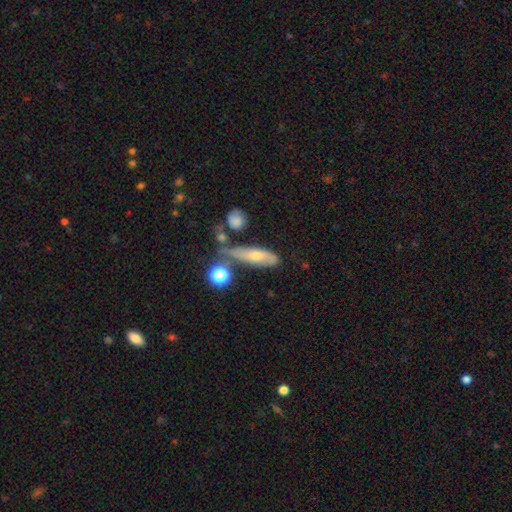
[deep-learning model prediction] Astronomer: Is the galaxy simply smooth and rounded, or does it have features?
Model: smooth — 53% (runner-up: featured or disk, 36%).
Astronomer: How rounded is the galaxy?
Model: in between — 48% (runner-up: cigar-shaped, 45%).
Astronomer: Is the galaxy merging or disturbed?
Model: none — 45% (runner-up: minor disturbance, 25%).